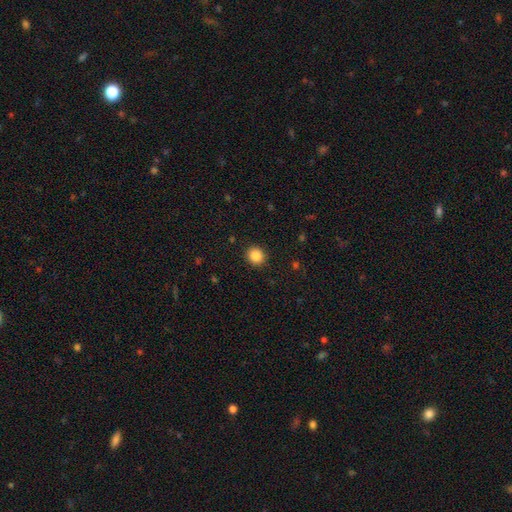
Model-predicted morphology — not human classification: A smooth galaxy with no disk features (86%) that is round (84%).

Vote fractions:
- Smooth or featured? smooth: 86% / star or artifact: 10% / featured or disk: 4%
- How rounded? round: 84% / in between: 15% / cigar-shaped: 1%
- Merging? none: 91% / minor disturbance: 6% / major disturbance: 2% / merger: 1%